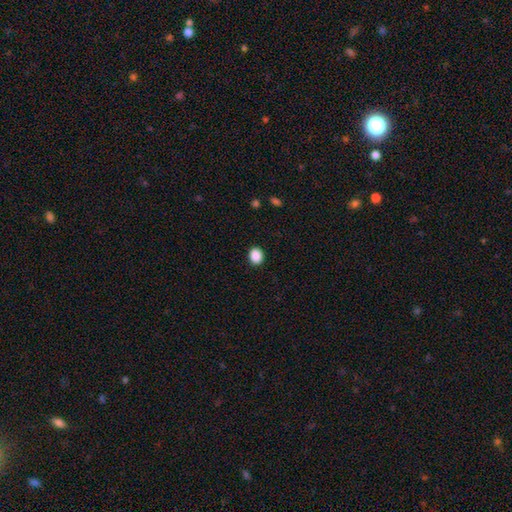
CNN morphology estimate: smooth_or_featured: smooth (p=0.89) [alt: star or artifact p=0.09]
how_rounded: round (p=0.64) [alt: in between p=0.36]
merging: none (p=0.91) [alt: minor disturbance p=0.06]